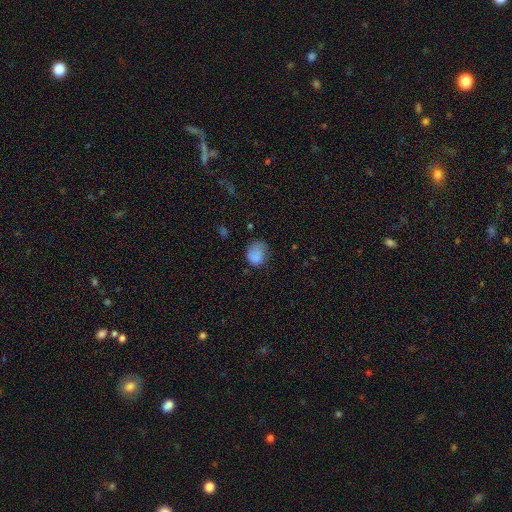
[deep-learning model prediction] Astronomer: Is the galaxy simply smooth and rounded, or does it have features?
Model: smooth — 82%.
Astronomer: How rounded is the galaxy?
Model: round — 58% (runner-up: in between, 41%).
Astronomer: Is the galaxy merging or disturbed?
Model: none — 47% (runner-up: minor disturbance, 34%).